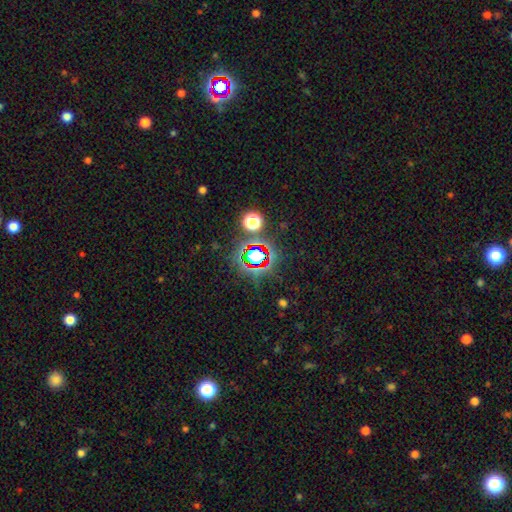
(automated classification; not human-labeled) star or artifact 69%, smooth 20%, featured or disk 11%.